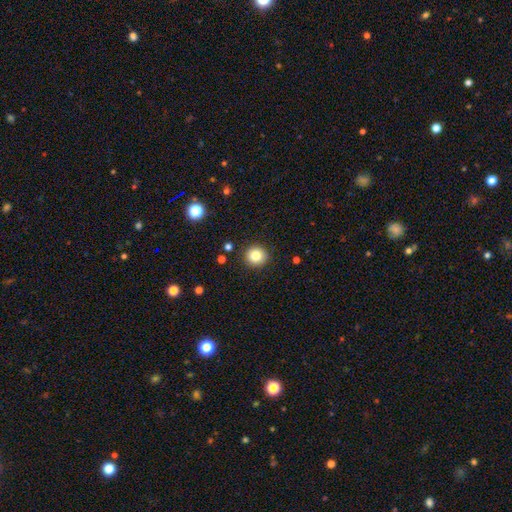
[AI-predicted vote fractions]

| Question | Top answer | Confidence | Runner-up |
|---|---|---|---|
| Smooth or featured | smooth | 83% | star or artifact (10%) |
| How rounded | round | 92% | in between (7%) |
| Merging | none | 91% | minor disturbance (6%) |